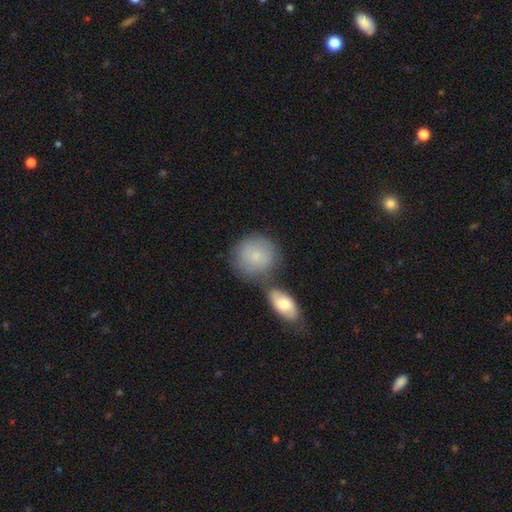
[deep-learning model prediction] smooth 78%, featured or disk 15%, star or artifact 7%. Down the decision tree: how rounded — round (81%); merging — none (55%).